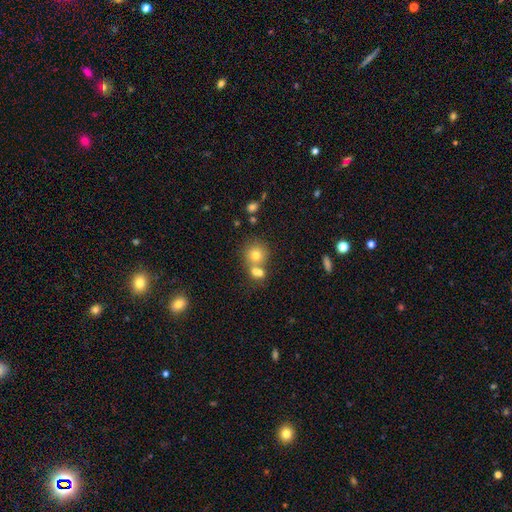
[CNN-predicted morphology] smooth-or-featured: smooth: 70% | featured or disk: 15% | star or artifact: 14%
  how-rounded: round: 84% | in between: 15% | cigar-shaped: 1%
  merging: none: 48% | merger: 40% | minor disturbance: 8% | major disturbance: 3%